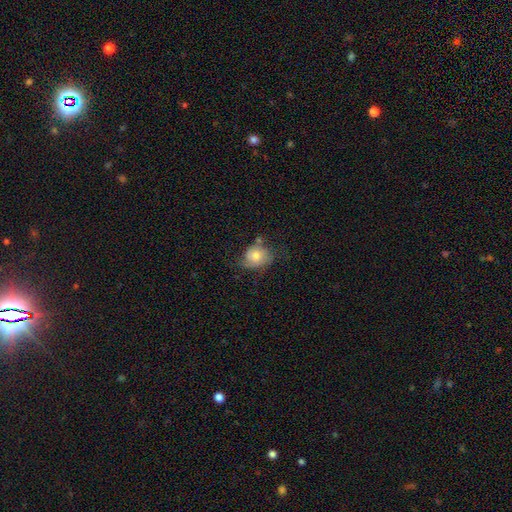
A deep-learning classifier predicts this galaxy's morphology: smooth_or_featured: smooth (p=0.59) [alt: featured or disk p=0.32]
how_rounded: round (p=0.54) [alt: in between p=0.45]
merging: none (p=0.48) [alt: minor disturbance p=0.31]